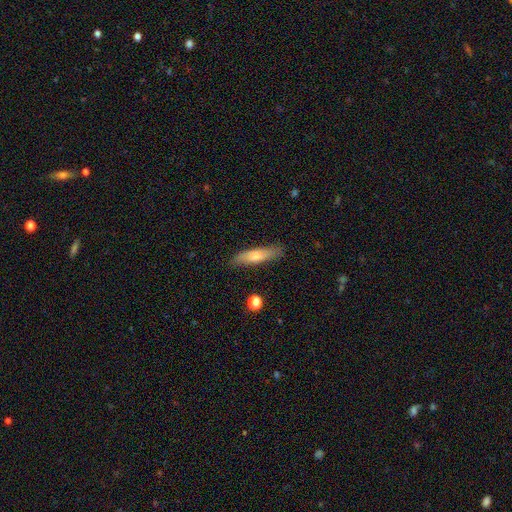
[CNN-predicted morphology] smooth_or_featured: smooth (p=0.71) [alt: featured or disk p=0.22]
how_rounded: cigar-shaped (p=0.72) [alt: in between p=0.27]
merging: none (p=0.83) [alt: minor disturbance p=0.13]